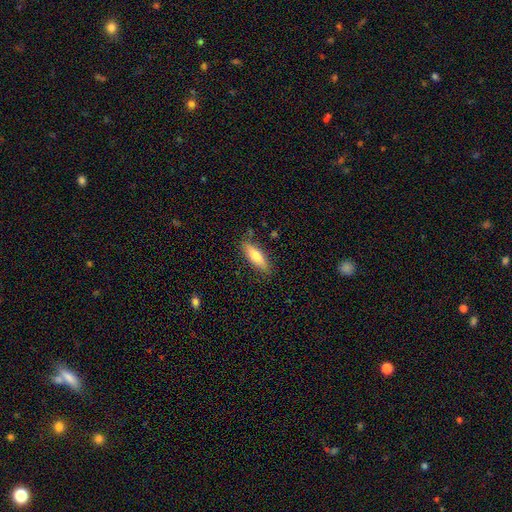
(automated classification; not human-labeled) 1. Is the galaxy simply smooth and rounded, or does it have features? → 73% smooth, 21% featured or disk, 6% star or artifact.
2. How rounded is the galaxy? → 50% cigar-shaped, 48% in between, 2% round.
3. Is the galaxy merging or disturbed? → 82% none, 13% minor disturbance, 3% major disturbance, 2% merger.